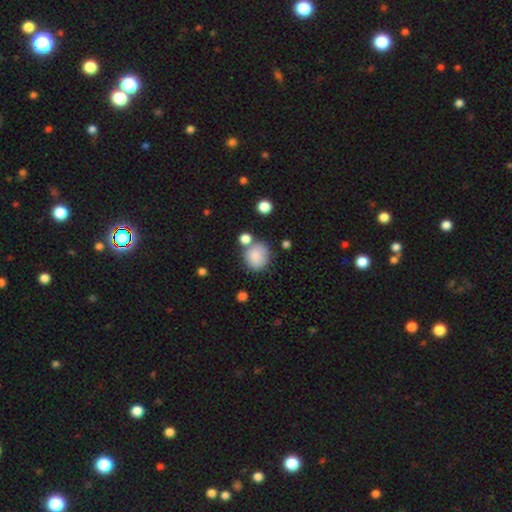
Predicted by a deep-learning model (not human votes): The model was most divided on "merging": none: 61%, merger: 17%, minor disturbance: 16%, major disturbance: 6%. More confident: smooth or featured — smooth (84%); how rounded — round (79%).